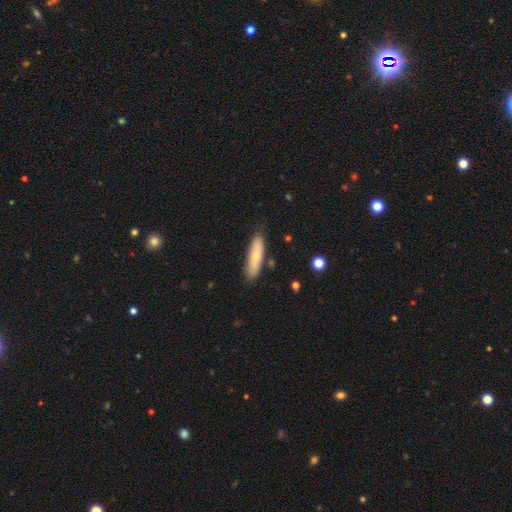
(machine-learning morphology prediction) Smooth or featured?
  - smooth: 74% *
  - featured or disk: 20%
  - star or artifact: 6%
How rounded?
  - cigar-shaped: 66% *
  - in between: 33%
  - round: 2%
Merging?
  - none: 83% *
  - minor disturbance: 13%
  - major disturbance: 2%
  - merger: 2%